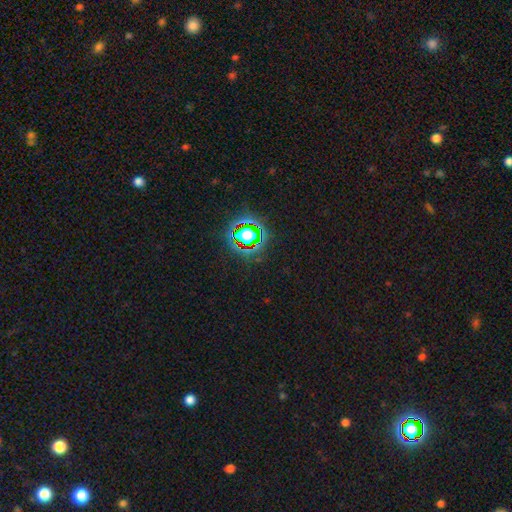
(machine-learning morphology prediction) type=star or artifact (82%).